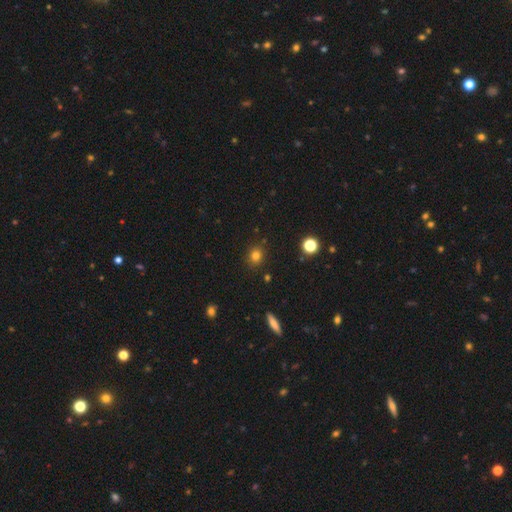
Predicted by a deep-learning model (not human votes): This is likely a smooth galaxy (79%). How rounded: likely round (75%). Merging: clearly none (88%).